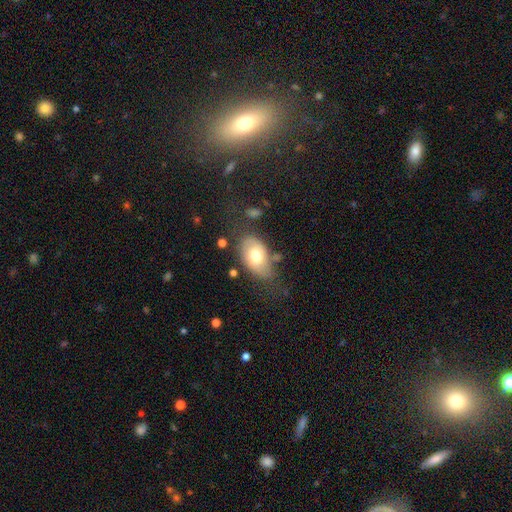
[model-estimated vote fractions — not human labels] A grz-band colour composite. It shows a smooth galaxy with no disk features (66%) that is in between round and cigar-shaped (89%). Merging: none (58%).